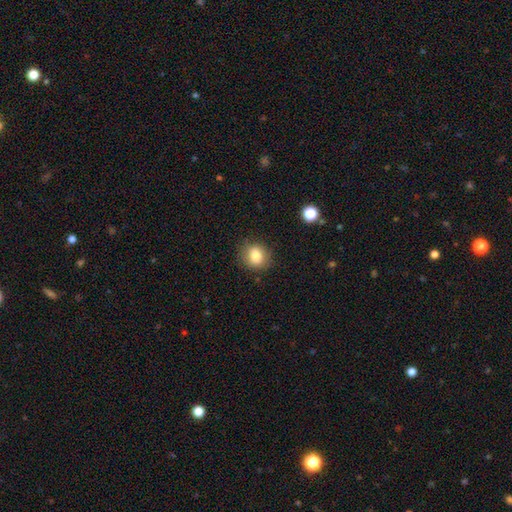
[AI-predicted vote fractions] This is clearly a smooth galaxy (82%). How rounded: likely round (75%). Merging: clearly none (83%).